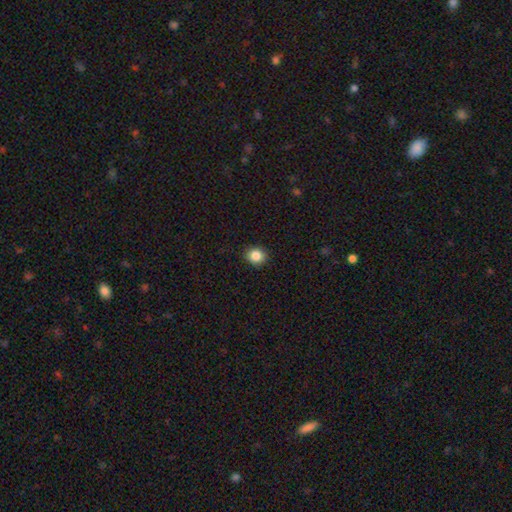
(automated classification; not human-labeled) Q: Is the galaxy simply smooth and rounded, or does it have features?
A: smooth — 85%.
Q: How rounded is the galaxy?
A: round — 78%.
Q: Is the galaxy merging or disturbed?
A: none — 91%.